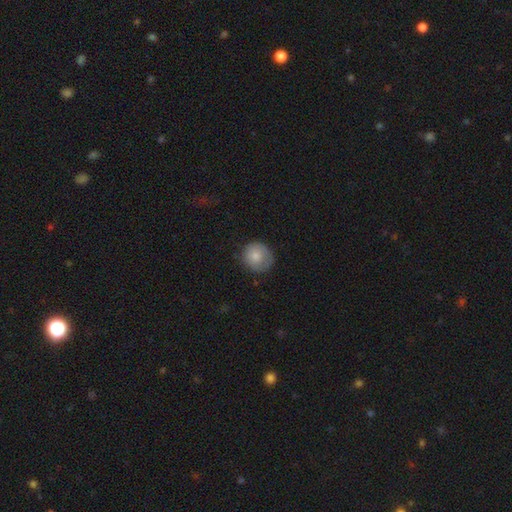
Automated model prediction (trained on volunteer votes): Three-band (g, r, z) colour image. It shows a smooth galaxy with no disk features (75%) that is round (87%). Merging: none (70%).